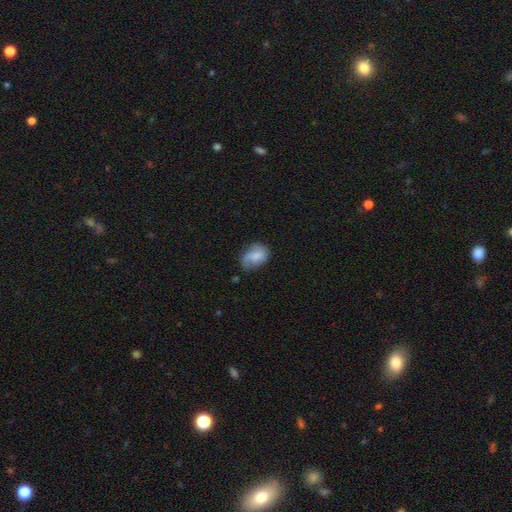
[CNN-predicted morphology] Smooth or featured? Predicted: smooth (p=0.63). How rounded? Predicted: in between (p=0.75). Merging? Predicted: none (p=0.49).